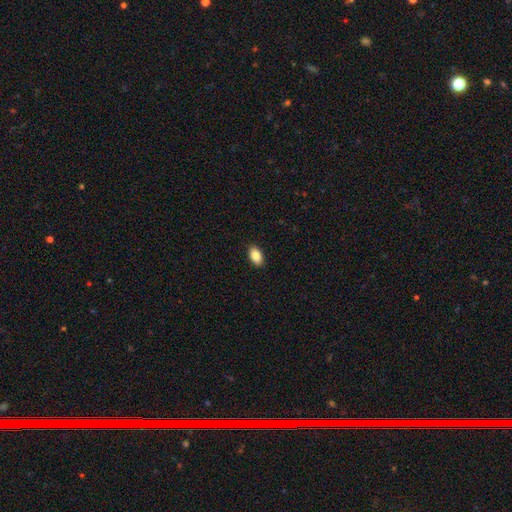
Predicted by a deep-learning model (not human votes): smooth-or-featured: smooth: 87% | star or artifact: 7% | featured or disk: 6%
  how-rounded: in between: 92% | round: 6% | cigar-shaped: 2%
  merging: none: 90% | minor disturbance: 7% | major disturbance: 2% | merger: 1%